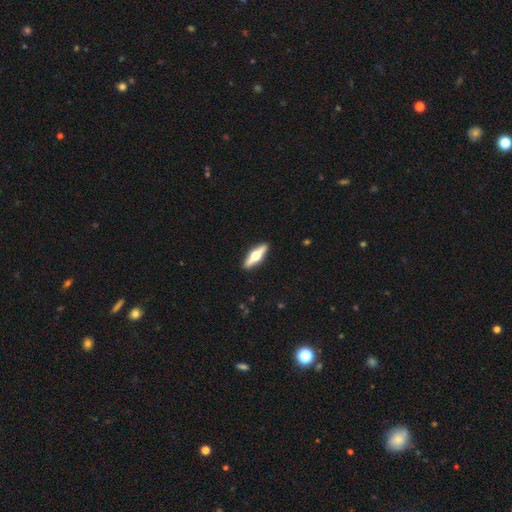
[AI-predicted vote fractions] Smooth or featured?
  - featured or disk: 63% *
  - smooth: 32%
  - star or artifact: 5%
Edge-on disk?
  - yes: 95% *
  - no: 5%
Edge-on bulge?
  - rounded: 96% *
  - boxy: 2%
  - none: 2%
Merging?
  - none: 91% *
  - minor disturbance: 6%
  - major disturbance: 1%
  - merger: 1%